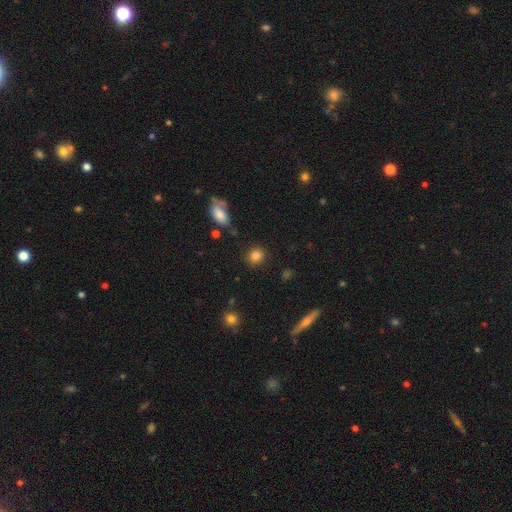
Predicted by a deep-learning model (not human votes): Smooth or featured? Predicted: smooth (p=0.84). How rounded? Predicted: round (p=0.81). Merging? Predicted: none (p=0.86).